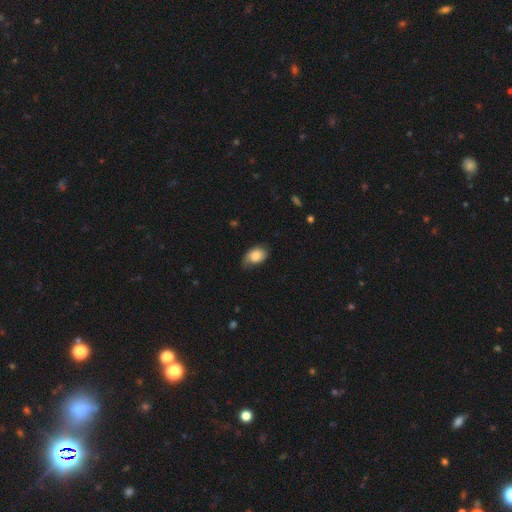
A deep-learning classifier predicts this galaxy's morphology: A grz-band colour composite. It shows a smooth galaxy with no disk features (82%) that is in between round and cigar-shaped (85%). Merging: none (54%).